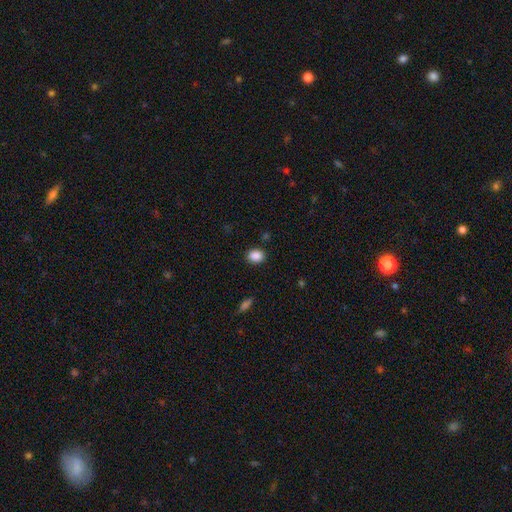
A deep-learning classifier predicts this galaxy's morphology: This is clearly a smooth galaxy (88%). How rounded: possibly in between (58%). Merging: clearly none (87%).